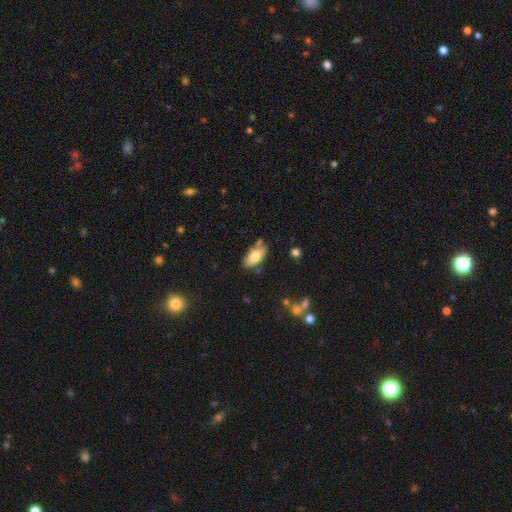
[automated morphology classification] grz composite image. It shows a smooth galaxy with no disk features (77%) that is in between round and cigar-shaped (89%). Merging: none (72%).